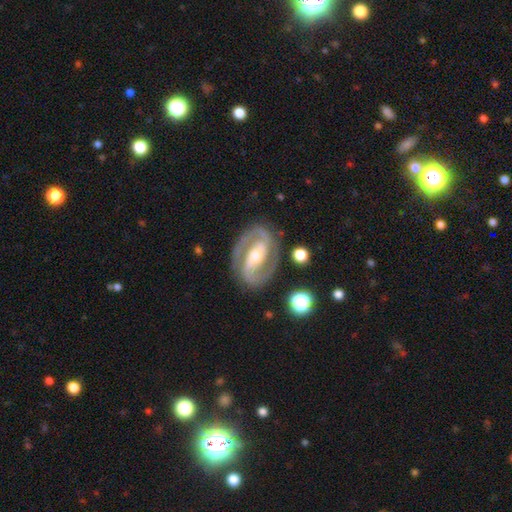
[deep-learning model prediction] smooth_or_featured: featured or disk (p=0.89) [alt: smooth p=0.06]
disk_edge_on: no (p=0.96) [alt: yes p=0.04]
bar: strong (p=0.53) [alt: weak p=0.29]
has_spiral_arms: yes (p=0.95) [alt: no p=0.05]
spiral_winding: medium (p=0.49) [alt: tight p=0.41]
spiral_arm_count: 2 (p=0.92) [alt: can't tell p=0.03]
bulge_size: moderate (p=0.59) [alt: small p=0.33]
merging: none (p=0.84) [alt: minor disturbance p=0.11]